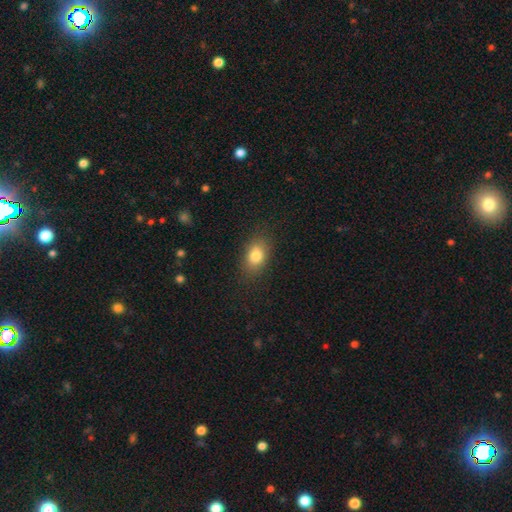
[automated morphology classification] The model was most divided on "how rounded": in between: 81%, round: 17%, cigar-shaped: 2%. More confident: merging — none (82%); smooth or featured — smooth (81%).